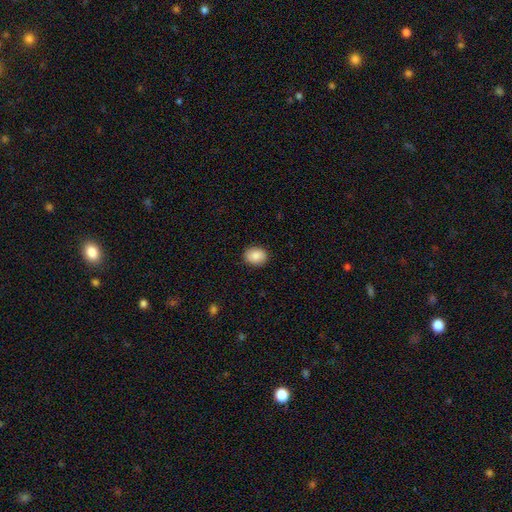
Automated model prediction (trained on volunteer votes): This is clearly a smooth galaxy (87%). How rounded: possibly in between (50%). Merging: clearly none (90%).